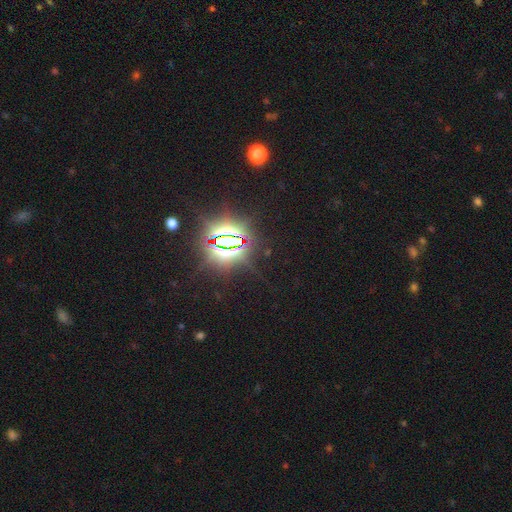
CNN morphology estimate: smooth-or-featured: star or artifact: 86% | smooth: 8% | featured or disk: 6%